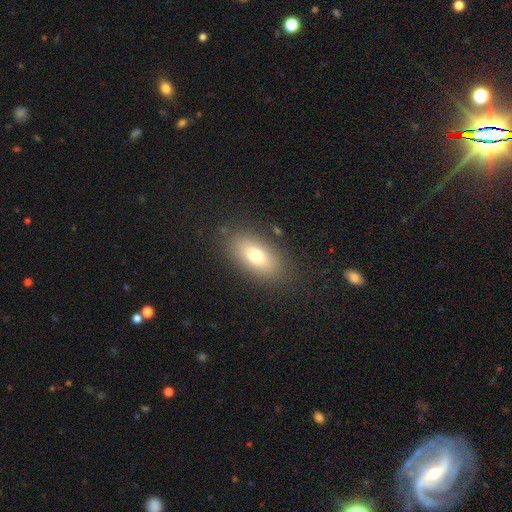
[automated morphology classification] Smooth or featured? smooth (74%)
How rounded? in between (88%)
Merging? none (84%)